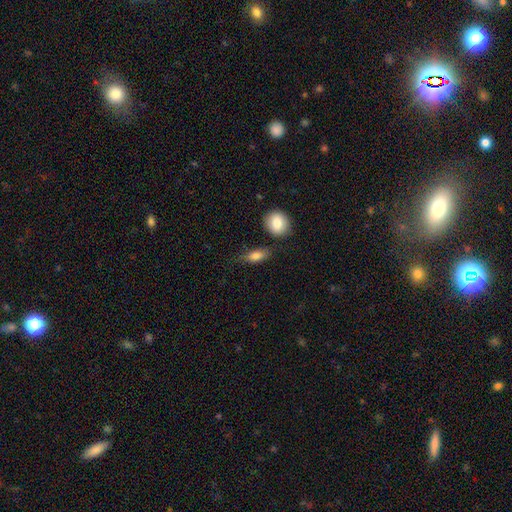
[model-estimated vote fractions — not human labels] Smooth or featured: smooth — 79% (featured or disk — 13%)
How rounded: in between — 73% (cigar-shaped — 16%)
Merging: none — 66% (minor disturbance — 21%)